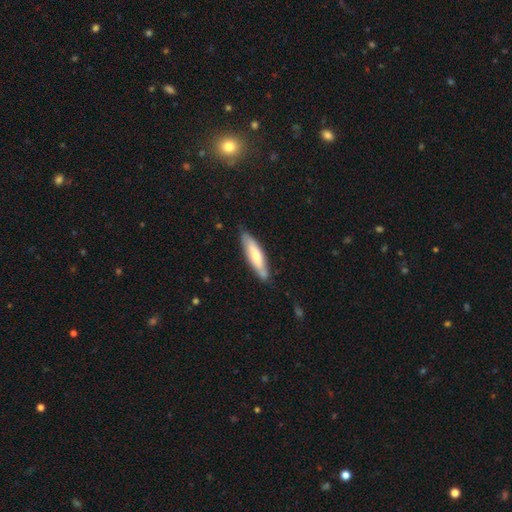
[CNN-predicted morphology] A smooth galaxy with no disk features (62%) that is cigar-shaped (72%).

Vote fractions:
- Smooth or featured? smooth: 62% / featured or disk: 33% / star or artifact: 5%
- How rounded? cigar-shaped: 72% / in between: 26% / round: 1%
- Merging? none: 77% / minor disturbance: 18% / major disturbance: 3% / merger: 2%